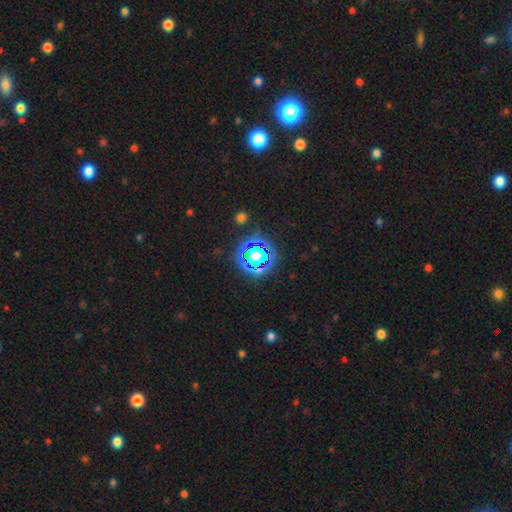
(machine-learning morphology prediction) This appears to be a star or artifact, not a galaxy (59%).